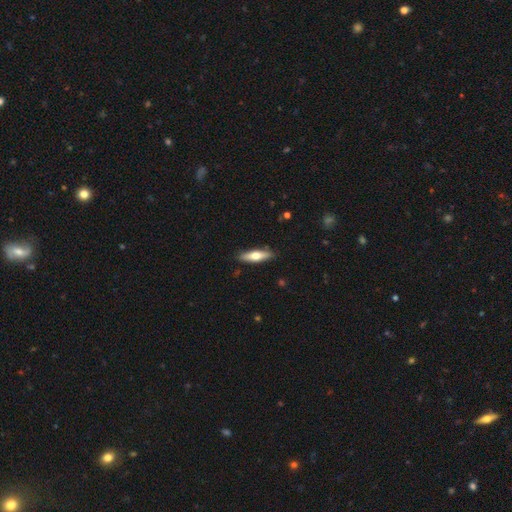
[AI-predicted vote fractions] smooth 57%, featured or disk 38%, star or artifact 5%. Down the decision tree: how rounded — cigar-shaped (63%); merging — none (89%).